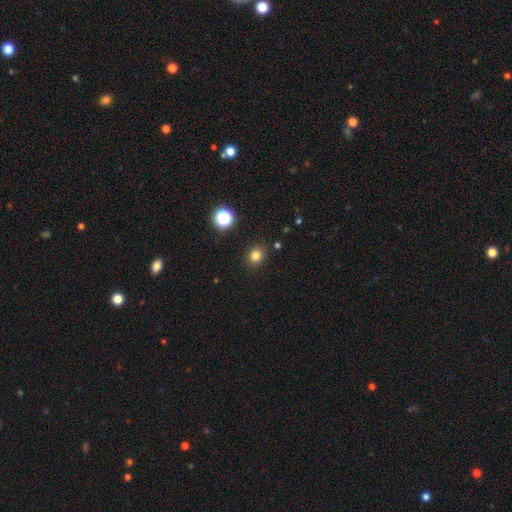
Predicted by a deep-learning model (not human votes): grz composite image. It shows a smooth galaxy with no disk features (81%) that is round (74%). Merging: none (89%).